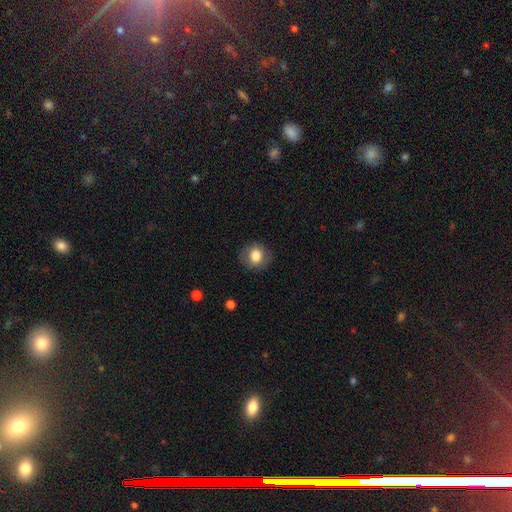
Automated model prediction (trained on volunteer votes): Morphology: type=smooth (80%); roundness=round (79%); merging=none (85%).